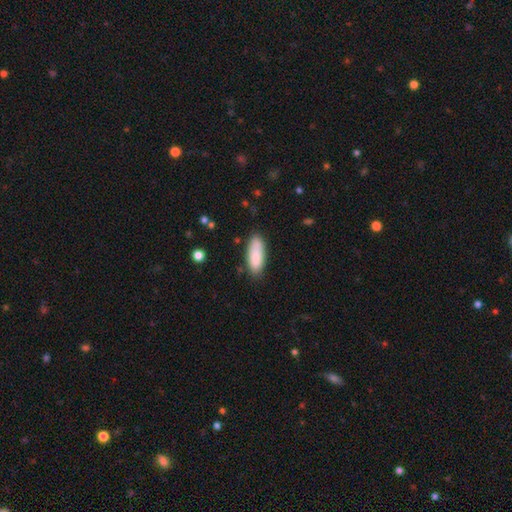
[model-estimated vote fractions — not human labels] smooth 87%, featured or disk 7%, star or artifact 6%. Down the decision tree: how rounded — in between (71%); merging — none (80%).